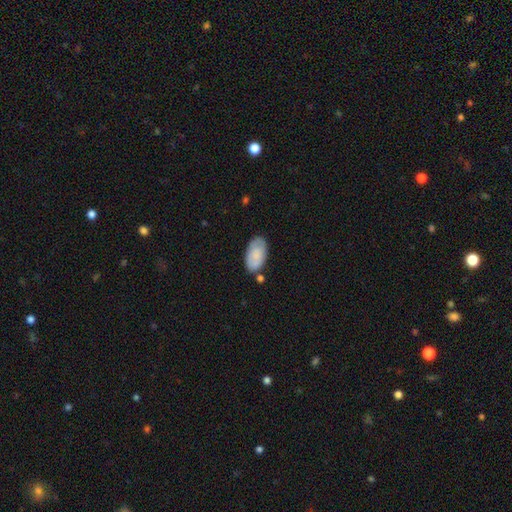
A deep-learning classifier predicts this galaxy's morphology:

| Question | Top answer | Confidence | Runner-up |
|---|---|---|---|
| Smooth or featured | smooth | 77% | featured or disk (17%) |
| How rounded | in between | 95% | round (3%) |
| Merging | none | 69% | minor disturbance (19%) |